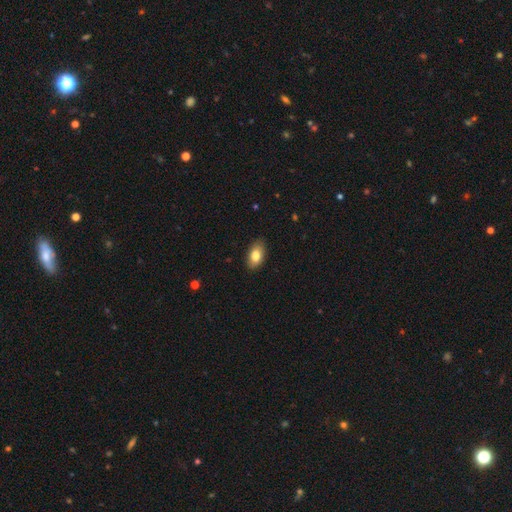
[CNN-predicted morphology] Q: Smooth or featured?
A: smooth (81%); runner-up: featured or disk (12%)
Q: How rounded?
A: in between (92%); runner-up: round (6%)
Q: Merging?
A: none (86%); runner-up: minor disturbance (11%)